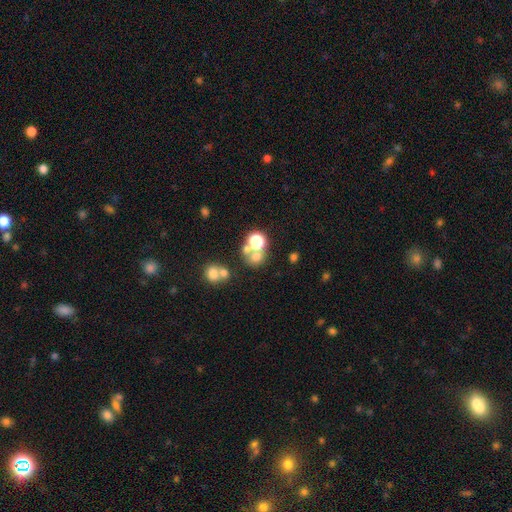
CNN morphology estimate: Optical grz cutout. It shows a smooth galaxy with no disk features (58%) that is round (77%). Merging: none (48%).